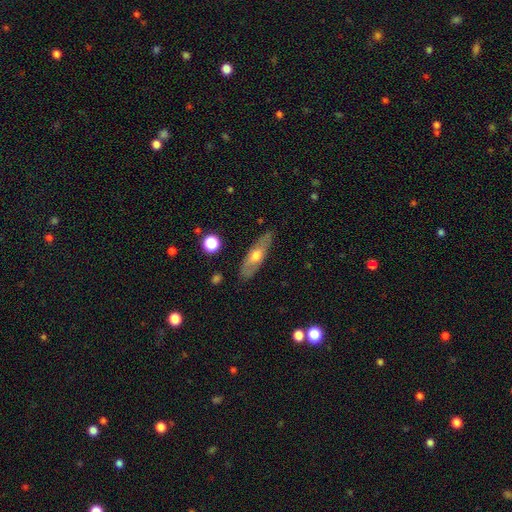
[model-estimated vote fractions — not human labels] A featured or disk galaxy (47%, tied with smooth). Merging: none (83%).